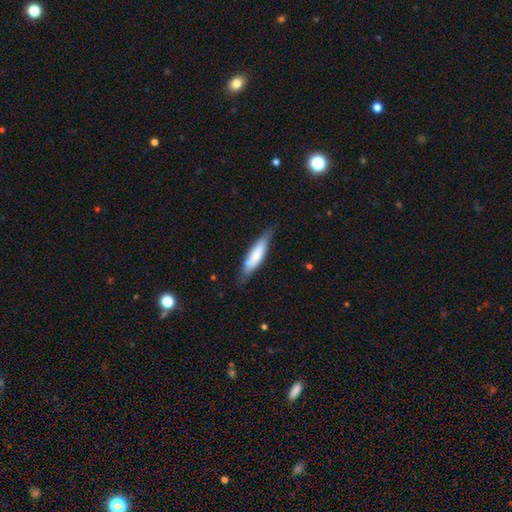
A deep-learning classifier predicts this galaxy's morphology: Smooth or featured? Predicted: smooth (p=0.71). How rounded? Predicted: cigar-shaped (p=0.67). Merging? Predicted: none (p=0.72).